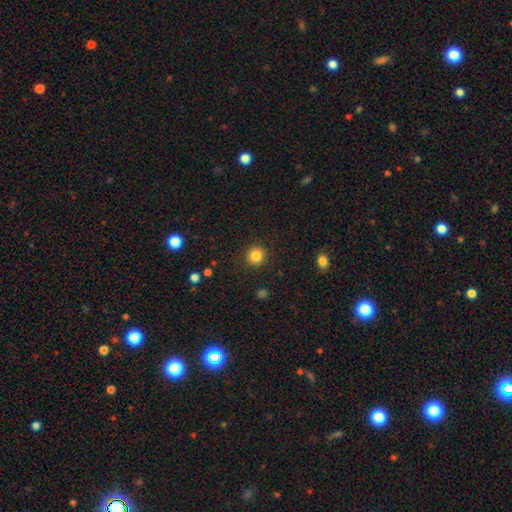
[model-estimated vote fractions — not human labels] This appears to be a smooth galaxy with no disk features (84%) that is round (91%). Merging: none (91%).